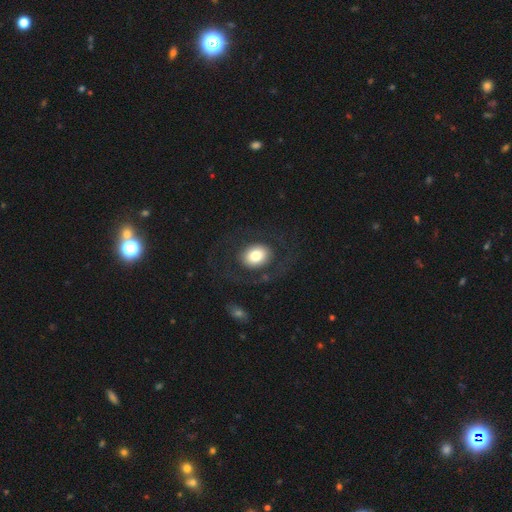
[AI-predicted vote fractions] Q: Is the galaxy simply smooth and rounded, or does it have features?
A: smooth — 66%.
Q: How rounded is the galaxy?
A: in between — 63%.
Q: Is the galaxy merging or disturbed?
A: none — 75%.